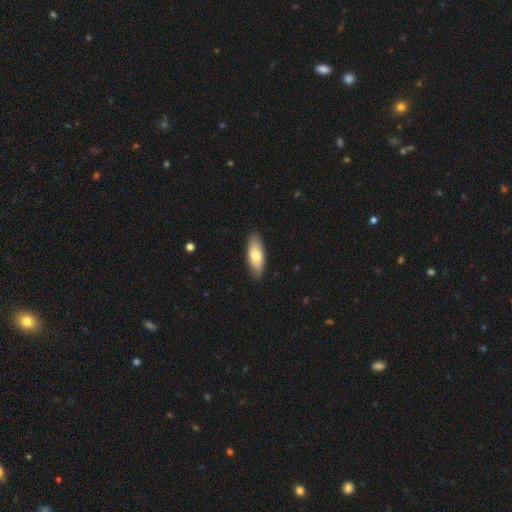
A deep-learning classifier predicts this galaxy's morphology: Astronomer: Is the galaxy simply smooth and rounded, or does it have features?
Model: smooth — 75%.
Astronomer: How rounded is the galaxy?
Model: in between — 76%.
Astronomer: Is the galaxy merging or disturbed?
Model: none — 87%.